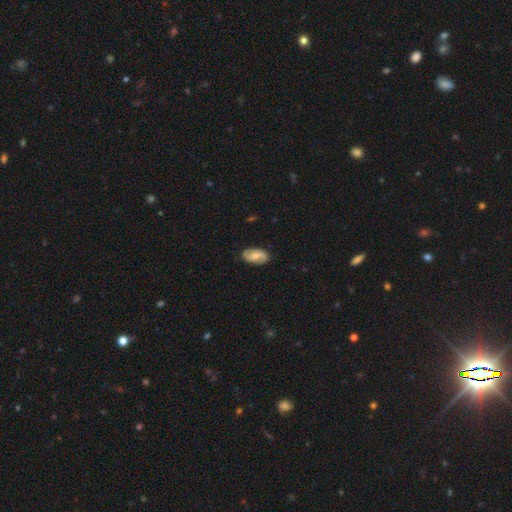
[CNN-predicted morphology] smooth-or-featured: featured or disk: 58% | smooth: 35% | star or artifact: 6%
  disk-edge-on: no: 96% | yes: 4%
    bar: weak: 46% | no: 39% | strong: 16%
    has-spiral-arms: yes: 89% | no: 11%
    bulge-size: moderate: 46% | small: 43% | none: 7% | large: 3% | dominant: 1%
  merging: none: 83% | minor disturbance: 13% | major disturbance: 3% | merger: 1%